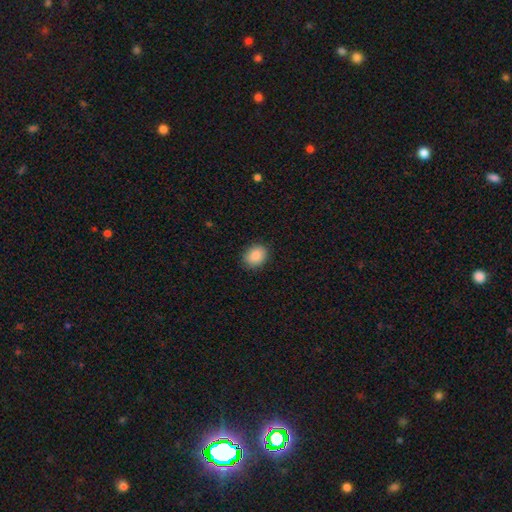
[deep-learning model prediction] Morphology: type=smooth (89%); roundness=in between (55%); merging=none (88%).